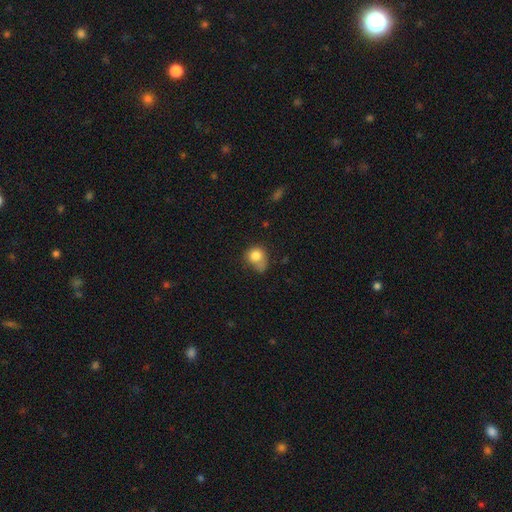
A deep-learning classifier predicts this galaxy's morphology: A smooth galaxy with no disk features (80%) that is round (67%).

Vote fractions:
- Smooth or featured? smooth: 80% / featured or disk: 10% / star or artifact: 10%
- How rounded? round: 67% / in between: 32% / cigar-shaped: 1%
- Merging? none: 36% / minor disturbance: 31% / major disturbance: 21% / merger: 13%